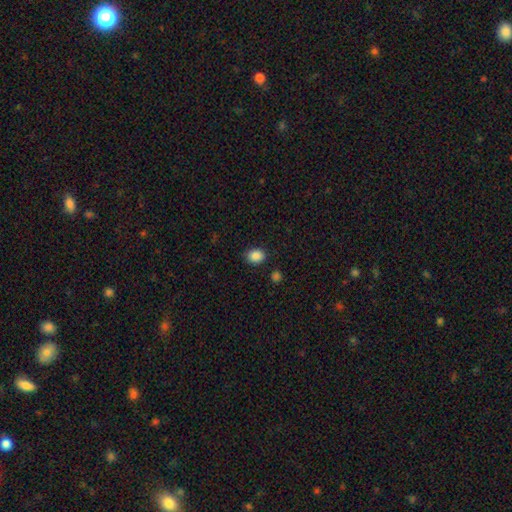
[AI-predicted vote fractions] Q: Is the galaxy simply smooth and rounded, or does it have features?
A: smooth — 88%.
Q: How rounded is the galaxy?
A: in between — 52%.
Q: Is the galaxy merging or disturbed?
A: none — 85%.